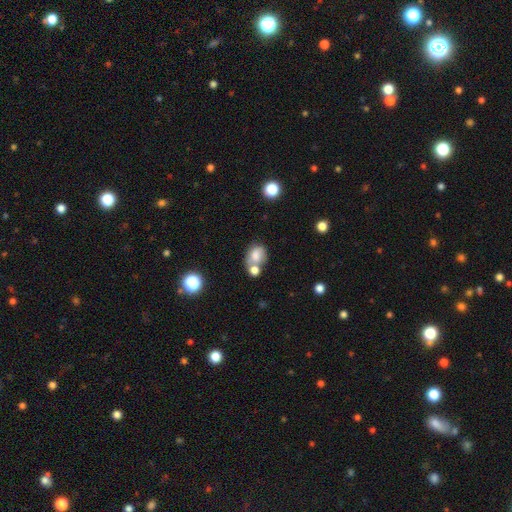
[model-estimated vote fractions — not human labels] A smooth galaxy with no disk features (65%) that is in between round and cigar-shaped (58%).

Vote fractions:
- Smooth or featured? smooth: 65% / featured or disk: 23% / star or artifact: 12%
- How rounded? in between: 58% / round: 41% / cigar-shaped: 1%
- Merging? merger: 40% / none: 34% / minor disturbance: 17% / major disturbance: 9%